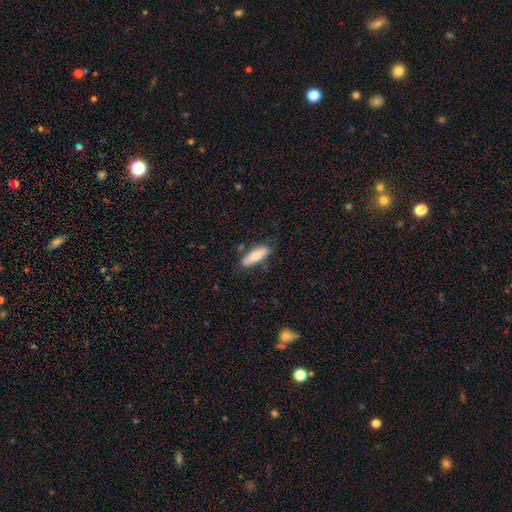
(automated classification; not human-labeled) smooth-or-featured: smooth: 69% | featured or disk: 25% | star or artifact: 6%
  how-rounded: in between: 51% | cigar-shaped: 47% | round: 2%
  merging: none: 75% | minor disturbance: 18% | major disturbance: 4% | merger: 3%